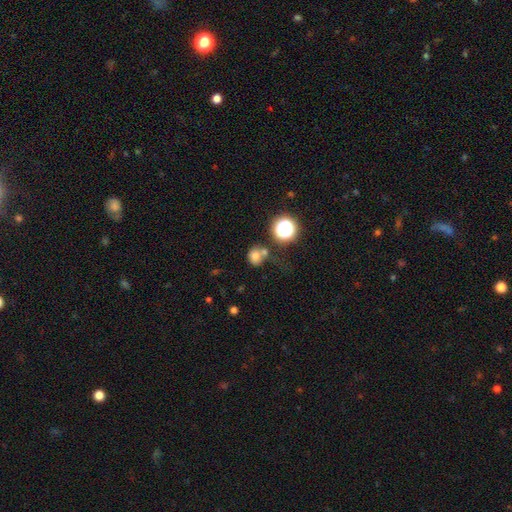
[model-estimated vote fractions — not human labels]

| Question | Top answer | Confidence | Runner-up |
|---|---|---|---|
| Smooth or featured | smooth | 71% | star or artifact (17%) |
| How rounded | round | 70% | in between (29%) |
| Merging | none | 50% | merger (29%) |